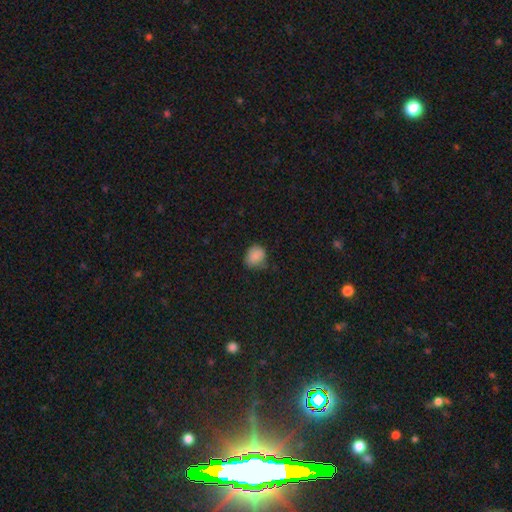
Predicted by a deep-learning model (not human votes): The model was most divided on "how rounded": round: 64%, in between: 35%, cigar-shaped: 1%. More confident: smooth or featured — smooth (85%); merging — none (63%).